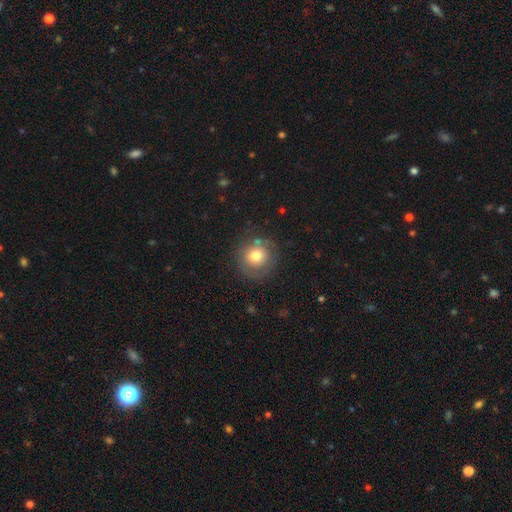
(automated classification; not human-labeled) smooth-or-featured: smooth: 70% | featured or disk: 20% | star or artifact: 10%
  how-rounded: round: 91% | in between: 8% | cigar-shaped: 1%
  merging: none: 76% | minor disturbance: 15% | major disturbance: 6% | merger: 3%